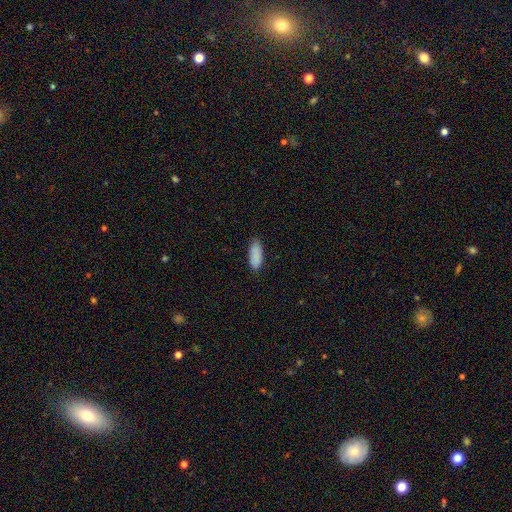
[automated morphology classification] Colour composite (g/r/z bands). It shows a smooth galaxy with no disk features (88%) that is in between round and cigar-shaped (77%). Merging: none (83%).